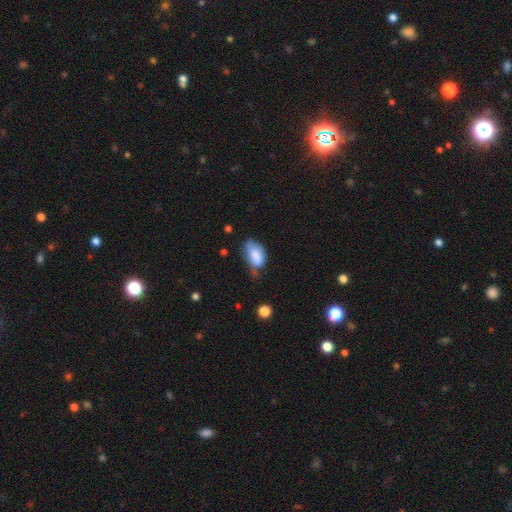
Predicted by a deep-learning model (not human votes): Morphology: type=smooth (82%); roundness=in between (92%); merging=minor disturbance (42%).